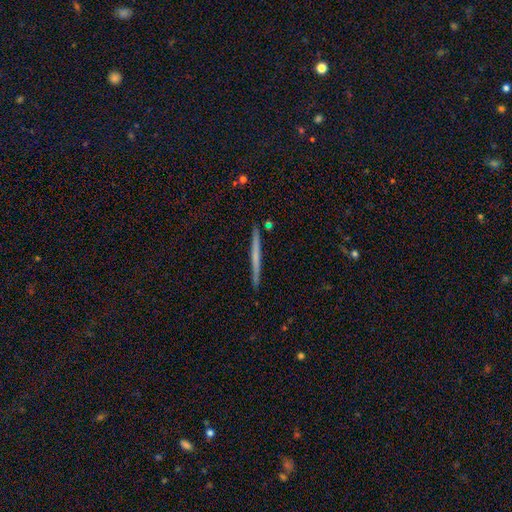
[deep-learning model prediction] Q: Smooth or featured?
A: featured or disk (51%); runner-up: smooth (42%)
Q: Edge-on disk?
A: yes (98%); runner-up: no (2%)
Q: Merging?
A: none (91%); runner-up: minor disturbance (6%)